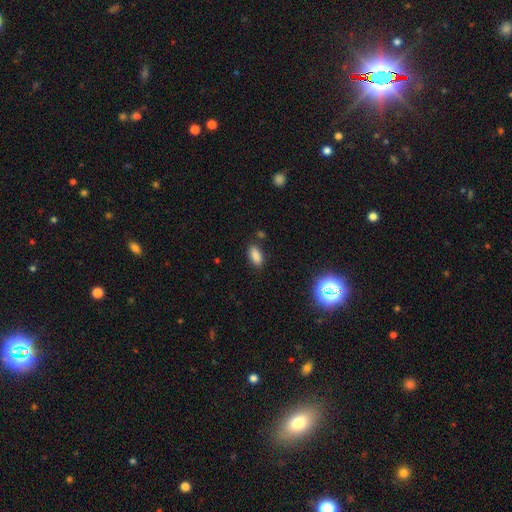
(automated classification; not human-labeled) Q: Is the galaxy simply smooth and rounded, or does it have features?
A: smooth — 86%.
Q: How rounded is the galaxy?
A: in between — 87%.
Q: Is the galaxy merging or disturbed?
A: none — 83%.